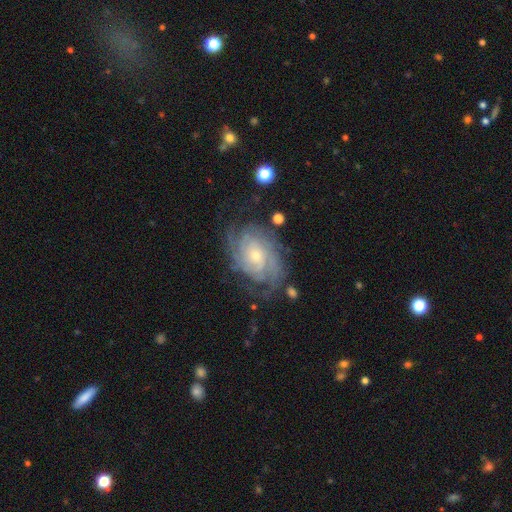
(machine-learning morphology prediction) This is clearly a featured or disk galaxy (87%). It is clearly not viewed edge-on (97%). Bar: likely no (71%). Spiral arm pattern: clearly yes (97%). Spiral arm count: marginally can't tell (31%). Spiral winding: likely tight (69%). Central bulge: likely small (63%). Merging: likely none (70%).